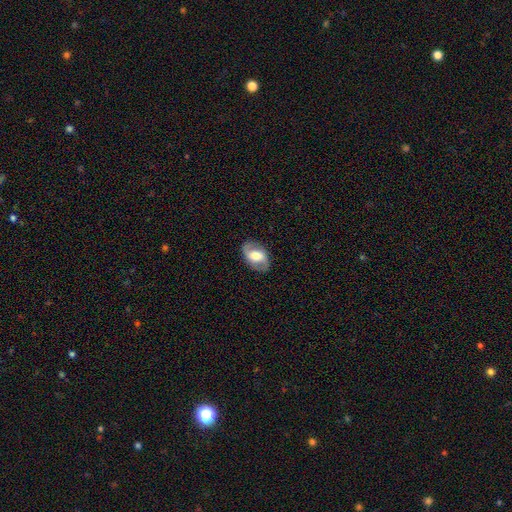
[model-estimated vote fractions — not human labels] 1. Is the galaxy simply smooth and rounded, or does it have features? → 57% featured or disk, 36% smooth, 7% star or artifact.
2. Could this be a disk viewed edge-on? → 94% no, 6% yes.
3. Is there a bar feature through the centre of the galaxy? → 39% weak, 34% no, 27% strong.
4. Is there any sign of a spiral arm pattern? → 70% yes, 30% no.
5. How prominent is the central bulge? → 52% moderate, 30% large, 13% small, 3% dominant, 2% none.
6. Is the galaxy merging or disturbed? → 84% none, 11% minor disturbance, 4% major disturbance, 1% merger.